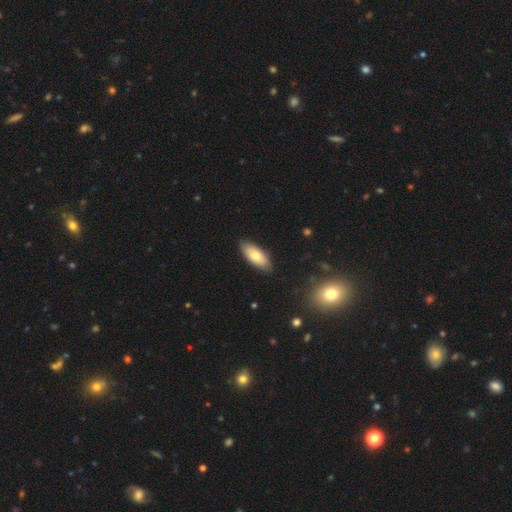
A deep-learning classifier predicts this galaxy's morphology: smooth-or-featured: smooth: 75% | featured or disk: 19% | star or artifact: 6%
  how-rounded: in between: 84% | cigar-shaped: 14% | round: 2%
  merging: none: 86% | minor disturbance: 11% | major disturbance: 2% | merger: 1%